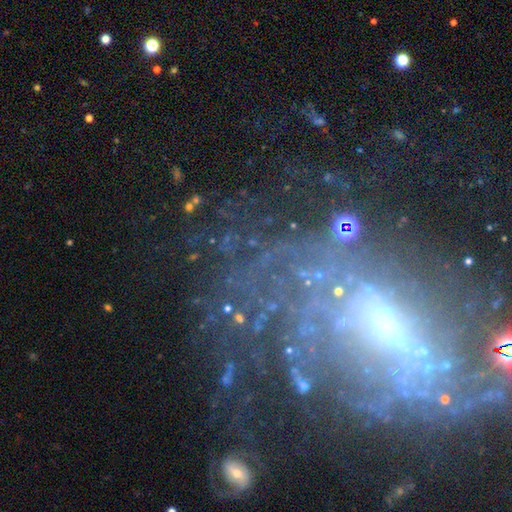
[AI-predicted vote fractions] This is possibly a featured or disk galaxy (48%). Merging: likely none (63%).